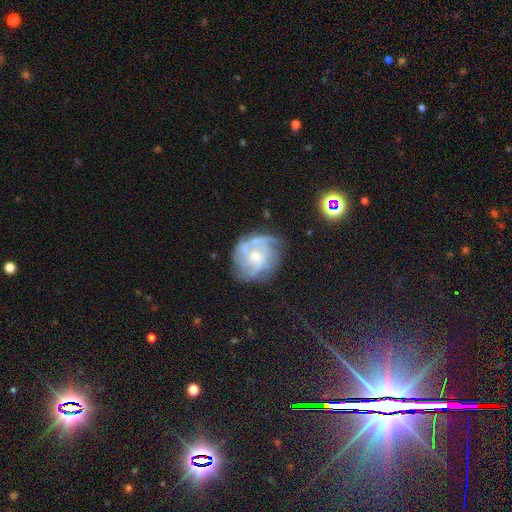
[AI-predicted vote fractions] Smooth or featured? featured or disk (77%)
Edge-on disk? no (98%)
Bar? no (68%)
Spiral arms? yes (89%)
Spiral winding? tight (43%)
Spiral arm count? can't tell (34%)
Bulge size? small (47%)
Merging? none (65%)